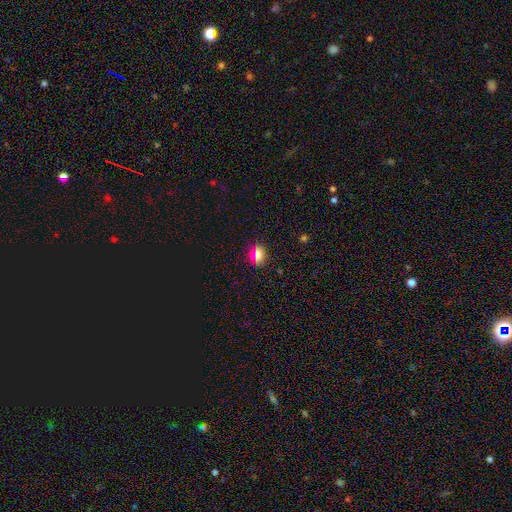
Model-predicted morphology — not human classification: smooth-or-featured: smooth: 71% | star or artifact: 21% | featured or disk: 8%
  how-rounded: round: 52% | in between: 44% | cigar-shaped: 4%
  merging: none: 88% | minor disturbance: 8% | major disturbance: 2% | merger: 1%